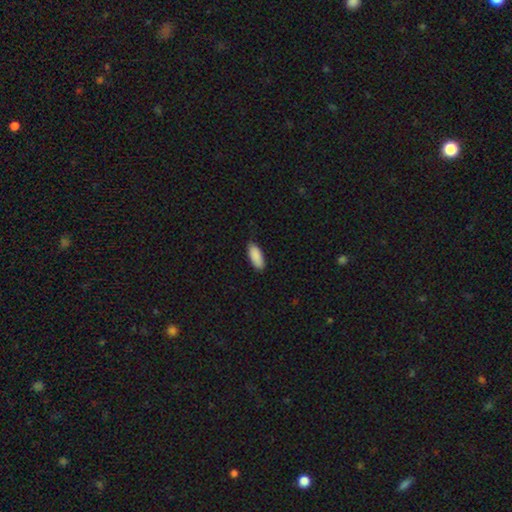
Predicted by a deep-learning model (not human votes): Smooth or featured?
  - smooth: 91% *
  - star or artifact: 6%
  - featured or disk: 4%
How rounded?
  - in between: 82% *
  - cigar-shaped: 16%
  - round: 2%
Merging?
  - none: 86% *
  - minor disturbance: 12%
  - major disturbance: 2%
  - merger: 1%